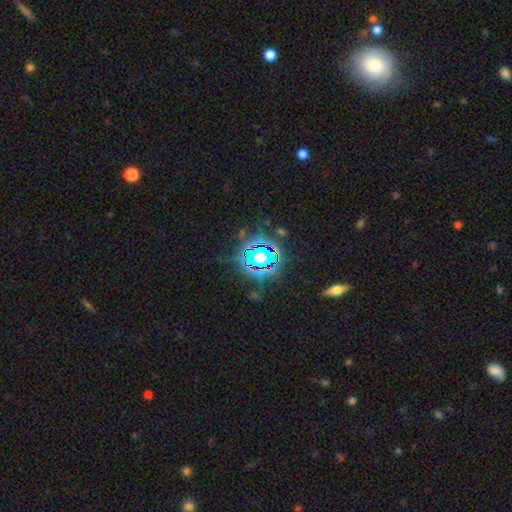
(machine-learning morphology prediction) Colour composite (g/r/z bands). It shows a star or artifact, not a galaxy (79%).